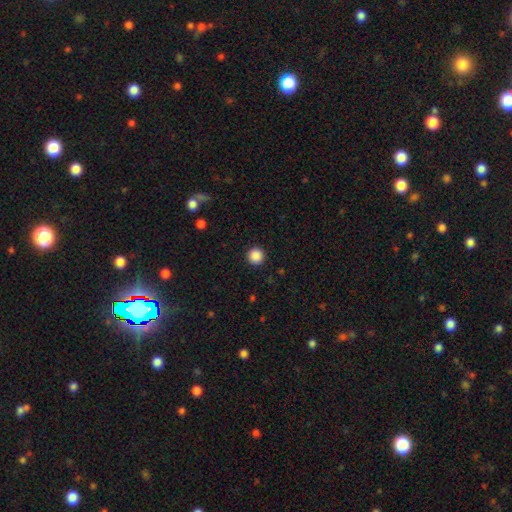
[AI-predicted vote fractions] smooth-or-featured: smooth: 88% | star or artifact: 10% | featured or disk: 3%
  how-rounded: round: 96% | in between: 3% | cigar-shaped: 1%
  merging: none: 93% | minor disturbance: 4% | major disturbance: 2% | merger: 1%